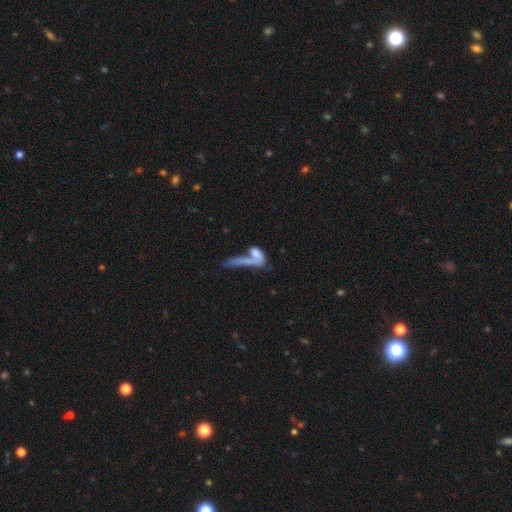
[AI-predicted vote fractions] A smooth galaxy with no disk features (60%) that is in between round and cigar-shaped (60%).

Vote fractions:
- Smooth or featured? smooth: 60% / featured or disk: 30% / star or artifact: 10%
- How rounded? in between: 60% / cigar-shaped: 32% / round: 8%
- Merging? merger: 54% / none: 21% / major disturbance: 16% / minor disturbance: 9%